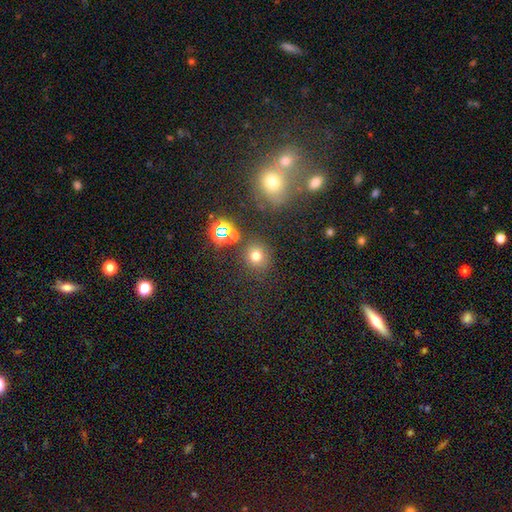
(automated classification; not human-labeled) The model was most divided on "smooth or featured": smooth: 69%, star or artifact: 24%, featured or disk: 8%. More confident: how rounded — round (86%); merging — none (79%).